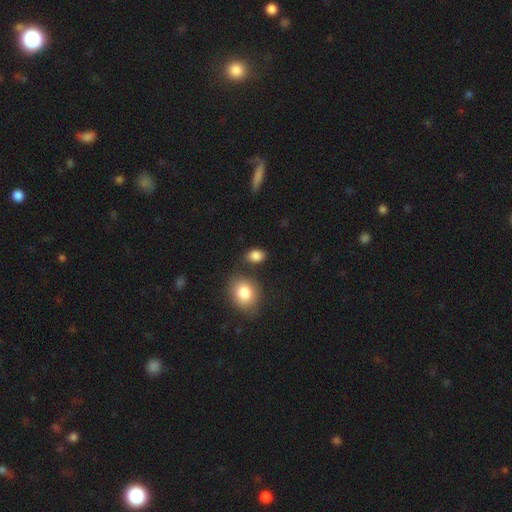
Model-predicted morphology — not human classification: The model was most divided on "how rounded": in between: 75%, round: 24%, cigar-shaped: 2%. More confident: smooth or featured — smooth (85%); merging — none (73%).